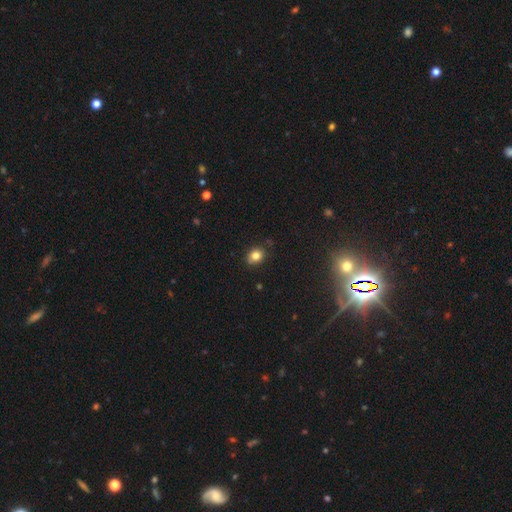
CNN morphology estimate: Q: Smooth or featured?
A: smooth (81%); runner-up: star or artifact (11%)
Q: How rounded?
A: round (54%); runner-up: in between (45%)
Q: Merging?
A: none (84%); runner-up: minor disturbance (12%)